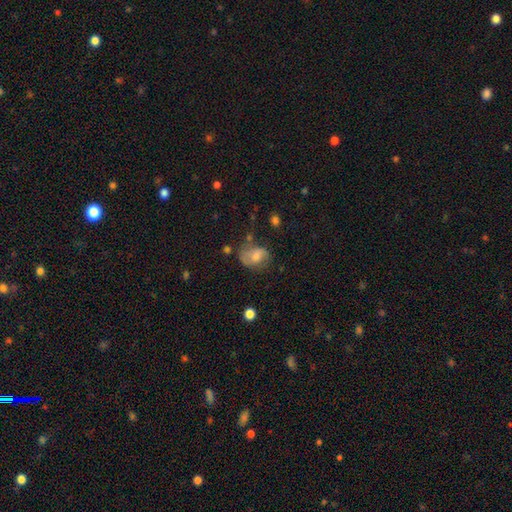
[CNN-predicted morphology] smooth-or-featured: smooth: 61% | featured or disk: 30% | star or artifact: 9%
  how-rounded: in between: 64% | round: 35% | cigar-shaped: 1%
  merging: none: 46% | minor disturbance: 29% | major disturbance: 19% | merger: 6%